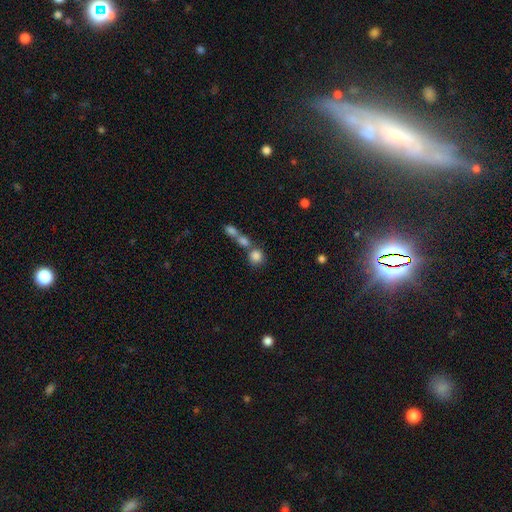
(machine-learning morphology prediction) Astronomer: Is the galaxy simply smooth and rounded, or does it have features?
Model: smooth — 81%.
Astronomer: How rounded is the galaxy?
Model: round — 82%.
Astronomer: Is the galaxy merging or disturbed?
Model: none — 44%, tied with merger at 44%.